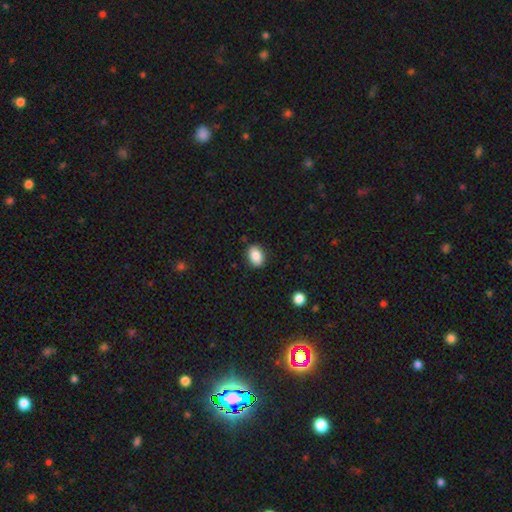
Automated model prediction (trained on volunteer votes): Smooth or featured? Predicted: smooth (p=0.87). How rounded? Predicted: in between (p=0.82). Merging? Predicted: none (p=0.87).